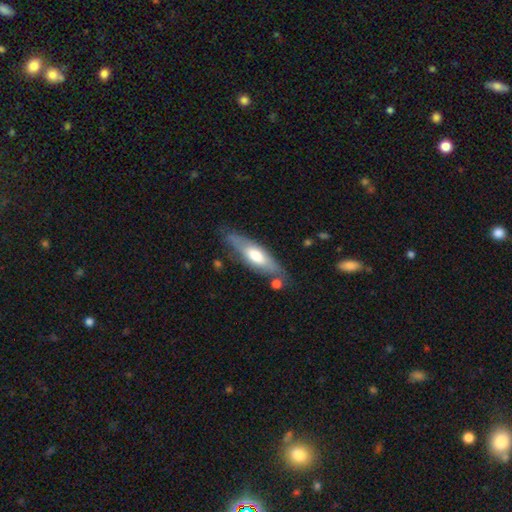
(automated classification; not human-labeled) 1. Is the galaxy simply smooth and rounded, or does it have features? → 52% smooth, 42% featured or disk, 5% star or artifact.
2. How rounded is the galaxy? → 50% in between, 48% cigar-shaped, 2% round.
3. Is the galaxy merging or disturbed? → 70% none, 19% minor disturbance, 6% merger, 5% major disturbance.